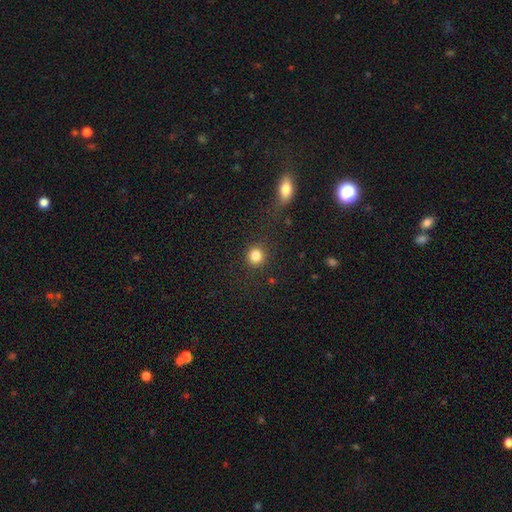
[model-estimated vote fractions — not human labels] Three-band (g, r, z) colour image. It shows a smooth galaxy with no disk features (85%) that is round (91%). Merging: none (86%).